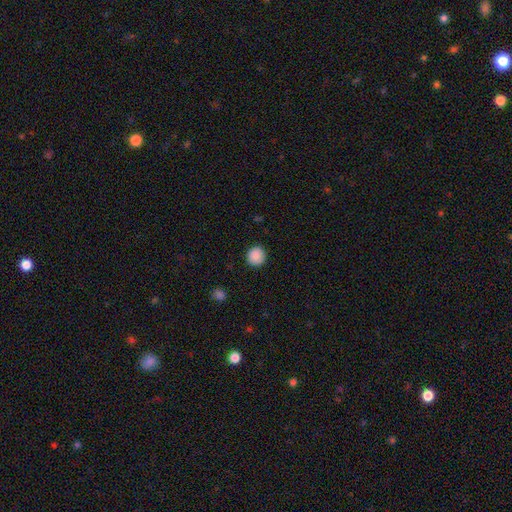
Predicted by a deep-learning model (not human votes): smooth-or-featured: smooth: 89% | star or artifact: 8% | featured or disk: 2%
  how-rounded: round: 91% | in between: 8% | cigar-shaped: 1%
  merging: none: 91% | minor disturbance: 6% | major disturbance: 2% | merger: 1%